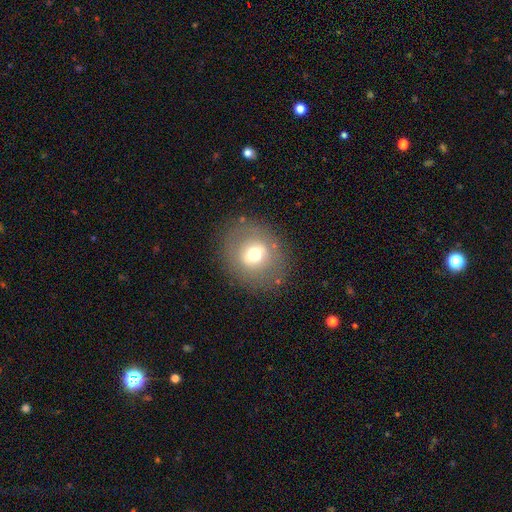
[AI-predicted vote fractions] Smooth or featured? Predicted: smooth (p=0.62). How rounded? Predicted: round (p=0.73). Merging? Predicted: none (p=0.83).